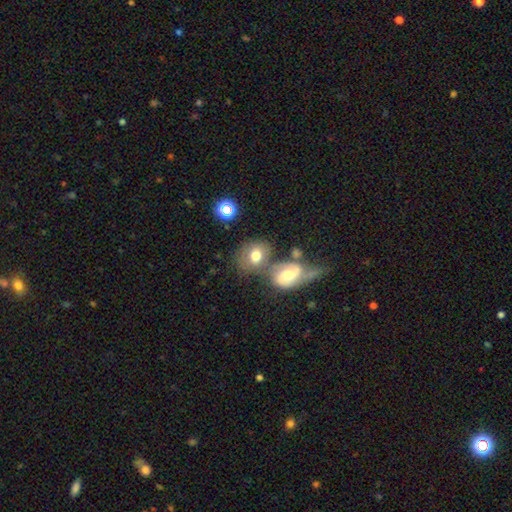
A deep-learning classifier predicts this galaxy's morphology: Overall: smooth (60%; featured or disk 30%). How rounded: in between (55%; round 43%). Merging: merger (39%, tied with none).